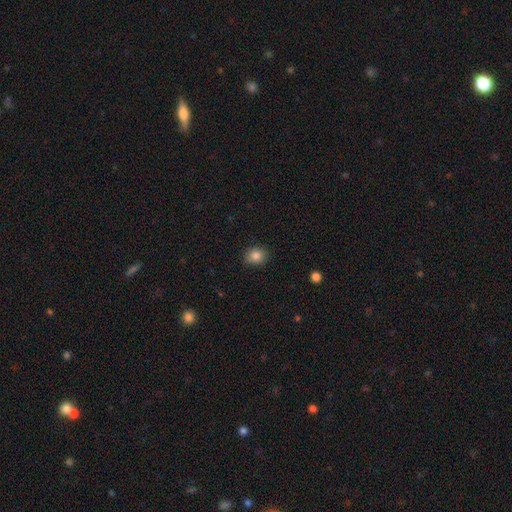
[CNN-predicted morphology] This appears to be a smooth galaxy with no disk features (84%) that is round (60%). Merging: none (87%).